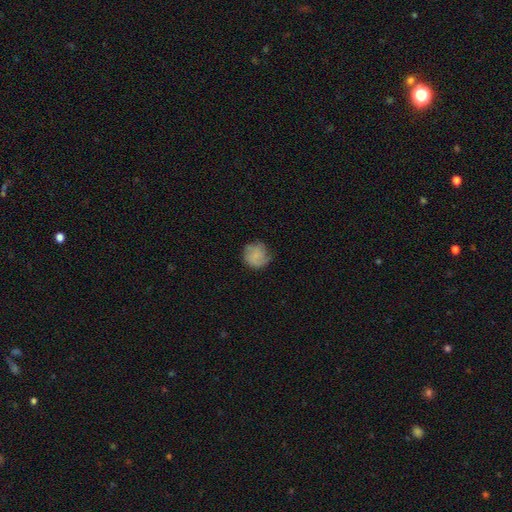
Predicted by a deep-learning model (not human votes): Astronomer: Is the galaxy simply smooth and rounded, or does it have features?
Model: smooth — 71%.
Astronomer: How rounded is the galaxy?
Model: round — 89%.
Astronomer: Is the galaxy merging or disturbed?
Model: none — 69%.